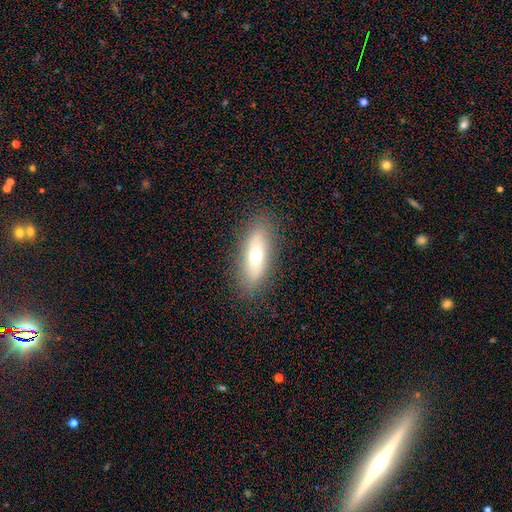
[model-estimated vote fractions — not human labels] This is possibly a smooth galaxy (60%). How rounded: possibly in between (54%). Merging: clearly none (88%).